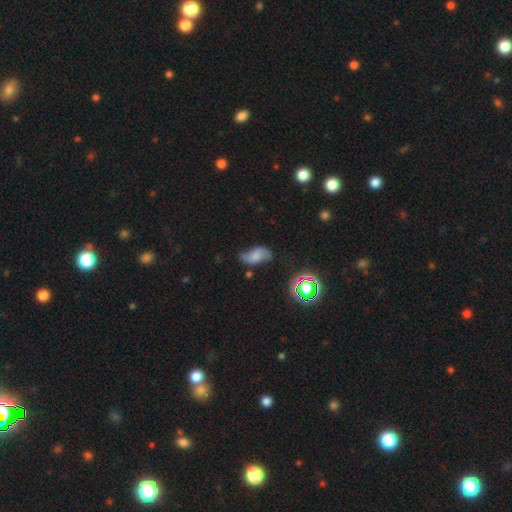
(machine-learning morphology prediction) type=featured or disk (45%); merging=none (54%).